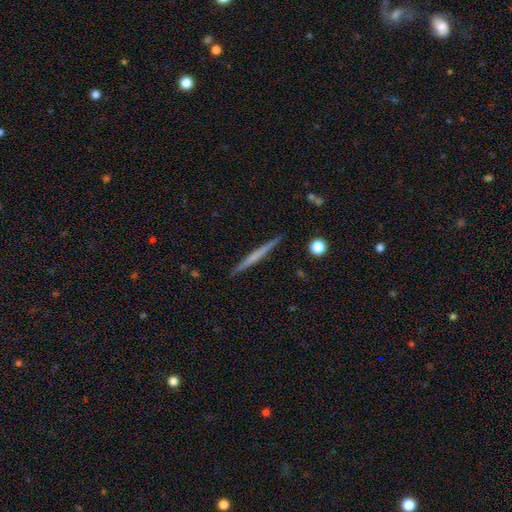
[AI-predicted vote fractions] Smooth or featured? Predicted: featured or disk (p=0.51). Edge-on disk? Predicted: yes (p=0.98). Edge-on bulge? Predicted: none (p=0.84). Merging? Predicted: none (p=0.91).